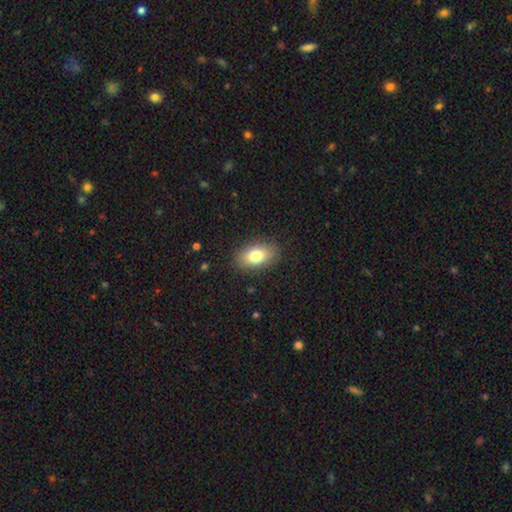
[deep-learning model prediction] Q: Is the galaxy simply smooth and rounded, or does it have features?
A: smooth — 79%.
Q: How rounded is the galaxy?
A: in between — 90%.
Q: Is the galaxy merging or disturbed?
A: none — 87%.